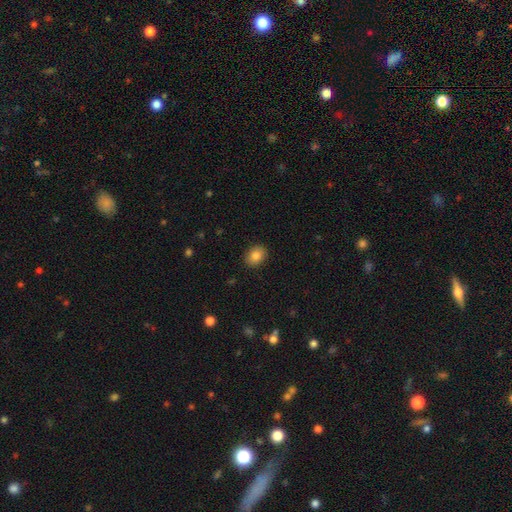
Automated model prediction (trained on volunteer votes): A smooth galaxy with no disk features (84%) that is in between round and cigar-shaped (60%). Merging: none (89%).